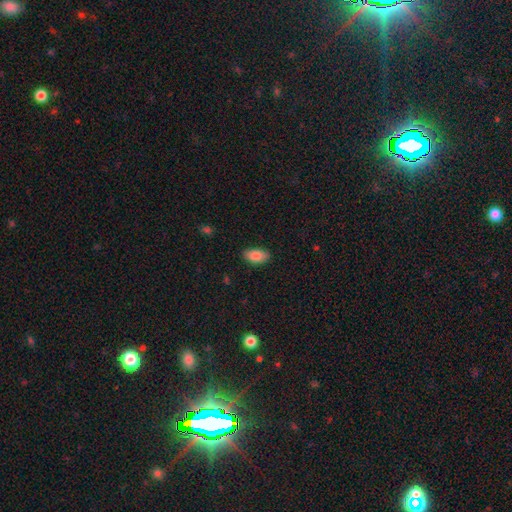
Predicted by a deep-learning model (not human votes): smooth-or-featured: smooth: 87% | star or artifact: 7% | featured or disk: 6%
  how-rounded: in between: 93% | cigar-shaped: 4% | round: 3%
  merging: none: 85% | minor disturbance: 12% | major disturbance: 2% | merger: 1%